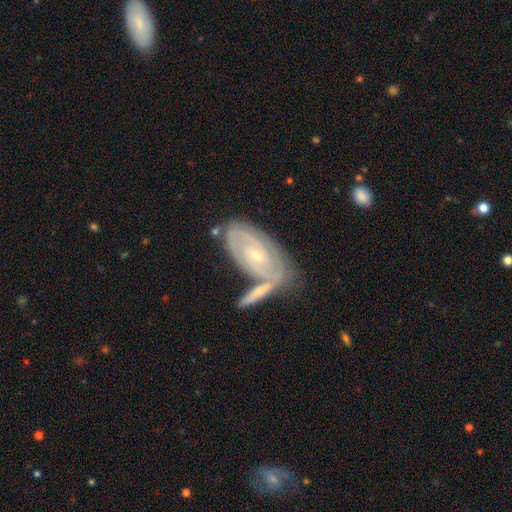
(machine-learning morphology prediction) A featured or disk galaxy (73%) with no bar (70%), tight (74%) spiral arms (81%) and a small central bulge (72%). Merging: none (52%).